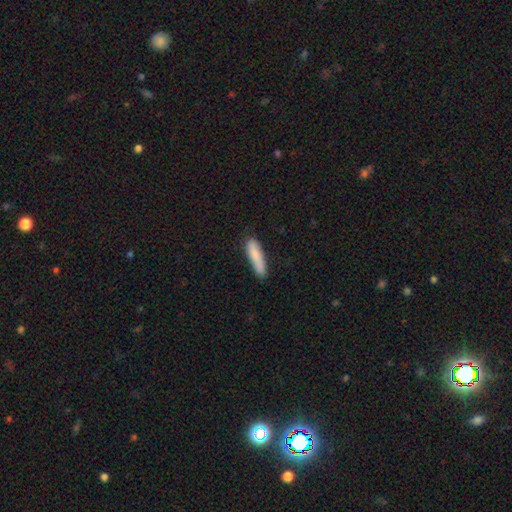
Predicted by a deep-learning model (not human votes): smooth_or_featured: smooth (p=0.83) [alt: featured or disk p=0.11]
how_rounded: cigar-shaped (p=0.78) [alt: in between p=0.20]
merging: none (p=0.79) [alt: minor disturbance p=0.17]